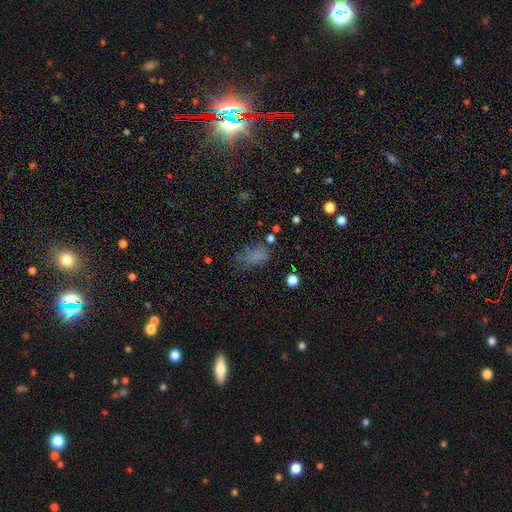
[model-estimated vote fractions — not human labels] smooth_or_featured: smooth (p=0.68) [alt: star or artifact p=0.19]
how_rounded: in between (p=0.85) [alt: round p=0.11]
merging: none (p=0.46) [alt: minor disturbance p=0.28]